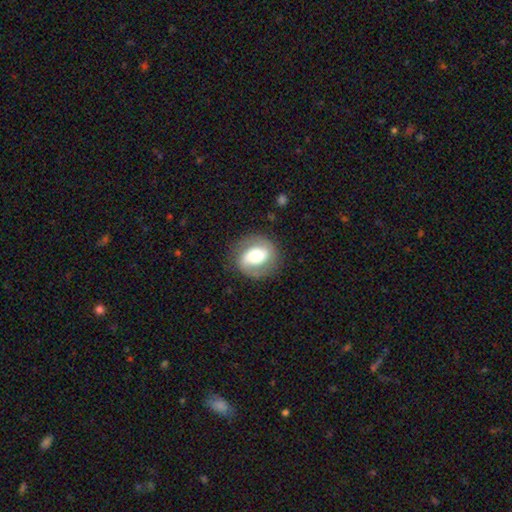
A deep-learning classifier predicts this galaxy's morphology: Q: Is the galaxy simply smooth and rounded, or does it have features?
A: featured or disk — 63%.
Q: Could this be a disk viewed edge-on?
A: no — 97%.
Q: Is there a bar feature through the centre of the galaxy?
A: no — 39%.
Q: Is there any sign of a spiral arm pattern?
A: yes — 77%.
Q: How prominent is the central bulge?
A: moderate — 61%.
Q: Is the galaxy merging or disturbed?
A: none — 80%.